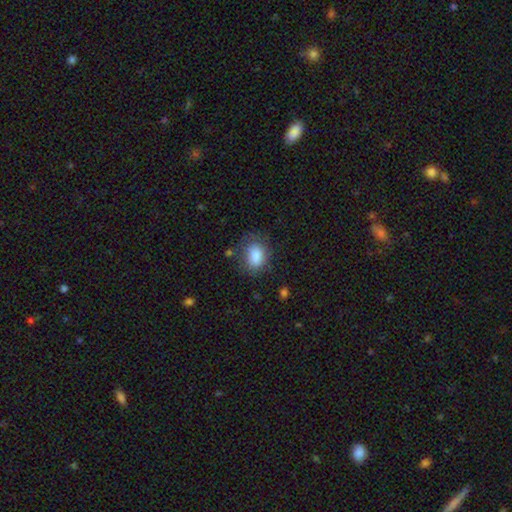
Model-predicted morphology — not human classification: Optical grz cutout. It shows a smooth galaxy with no disk features (84%) that is in between round and cigar-shaped (75%). Merging: none (67%).